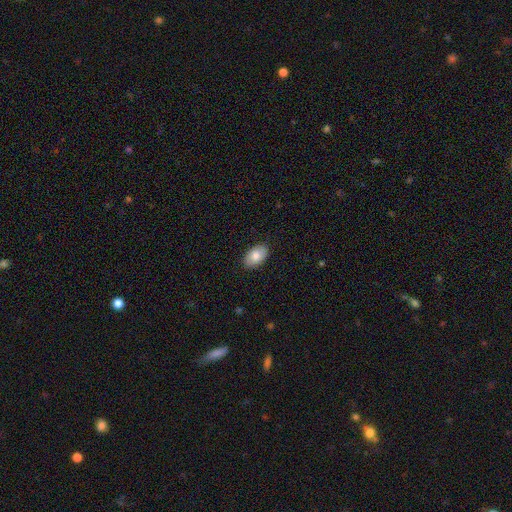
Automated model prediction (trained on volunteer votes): Q: Smooth or featured?
A: smooth (82%); runner-up: featured or disk (12%)
Q: How rounded?
A: in between (93%); runner-up: round (6%)
Q: Merging?
A: none (88%); runner-up: minor disturbance (9%)